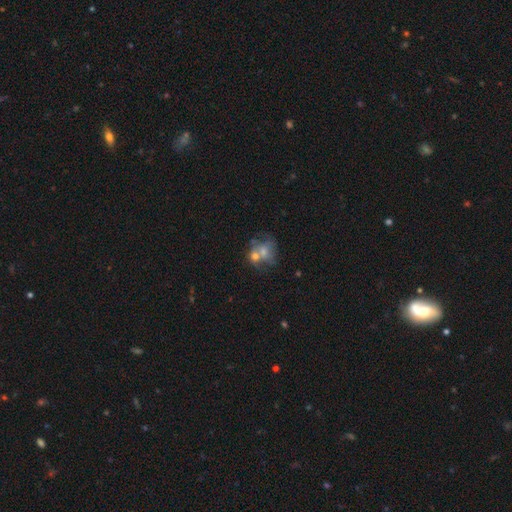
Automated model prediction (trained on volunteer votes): Smooth or featured? Predicted: smooth (p=0.40). Merging? Predicted: none (p=0.44).